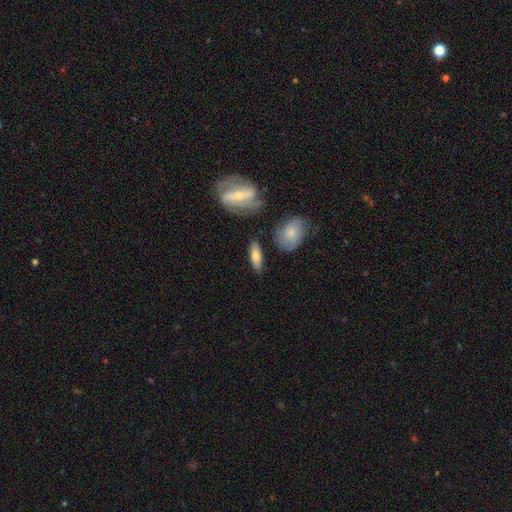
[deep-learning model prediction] smooth 65%, featured or disk 28%, star or artifact 7%. Down the decision tree: how rounded — in between (57%); merging — none (79%).